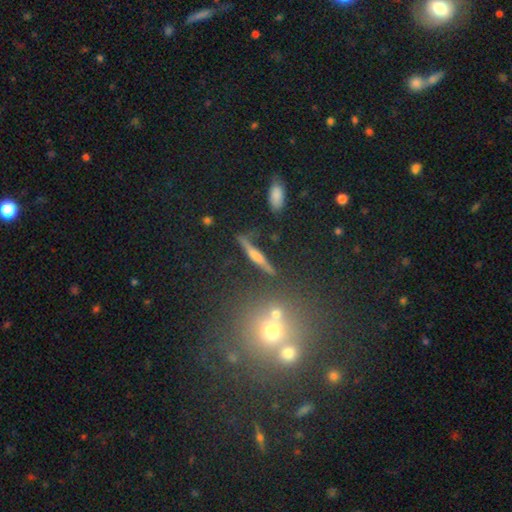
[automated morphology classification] Smooth or featured? Predicted: featured or disk (p=0.58). Edge-on disk? Predicted: yes (p=0.92). Edge-on bulge? Predicted: rounded (p=0.71). Merging? Predicted: none (p=0.84).